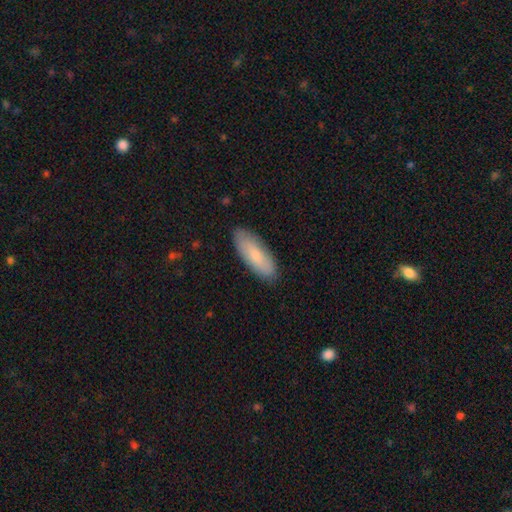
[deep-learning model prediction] This is likely a smooth galaxy (76%). How rounded: likely in between (70%). Merging: clearly none (86%).